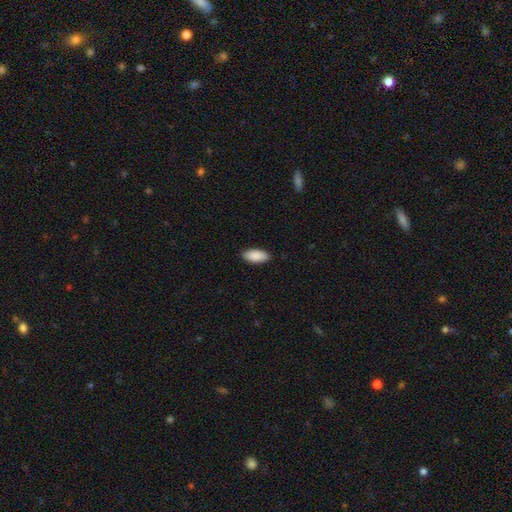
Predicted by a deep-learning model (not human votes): smooth-or-featured: smooth: 91% | star or artifact: 6% | featured or disk: 4%
  how-rounded: in between: 90% | cigar-shaped: 8% | round: 2%
  merging: none: 89% | minor disturbance: 8% | major disturbance: 2% | merger: 1%